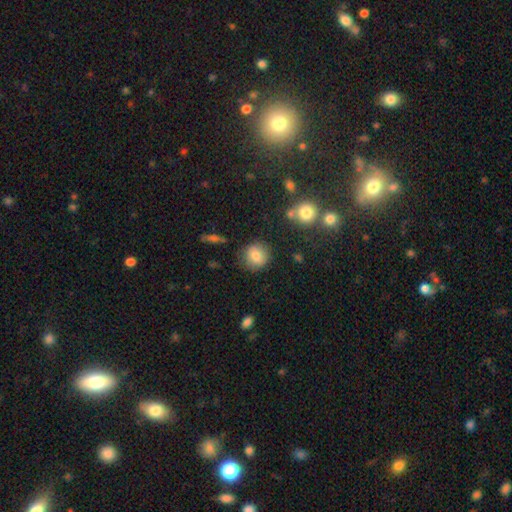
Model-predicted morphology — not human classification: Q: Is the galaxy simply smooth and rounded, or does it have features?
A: smooth — 80%.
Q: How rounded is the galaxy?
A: round — 86%.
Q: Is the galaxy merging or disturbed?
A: none — 82%.